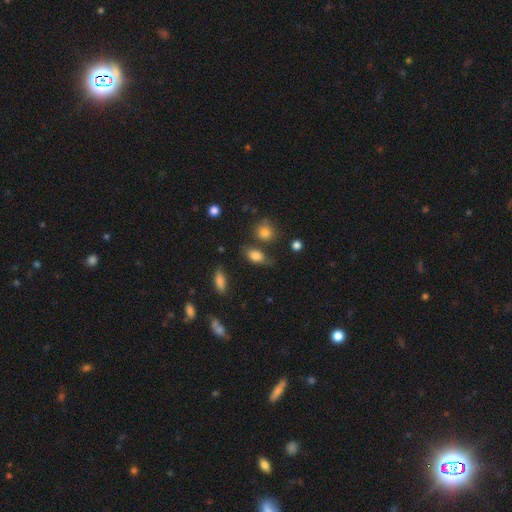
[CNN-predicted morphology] Overall: smooth (81%). How rounded: in between (79%). Merging: none (59%; minor disturbance 24%).